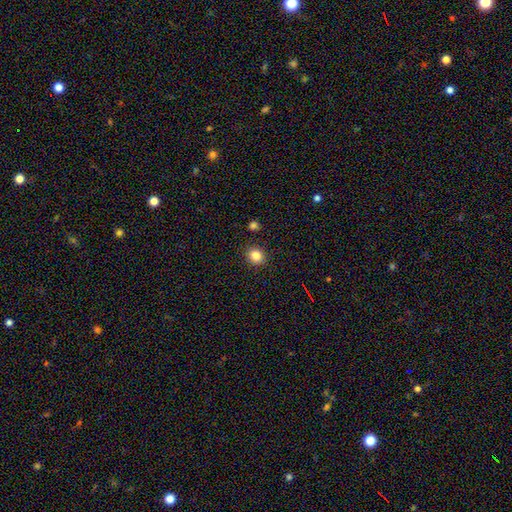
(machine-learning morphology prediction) smooth-or-featured: smooth: 83% | star or artifact: 11% | featured or disk: 5%
  how-rounded: round: 76% | in between: 24% | cigar-shaped: 1%
  merging: none: 90% | minor disturbance: 6% | merger: 2% | major disturbance: 2%